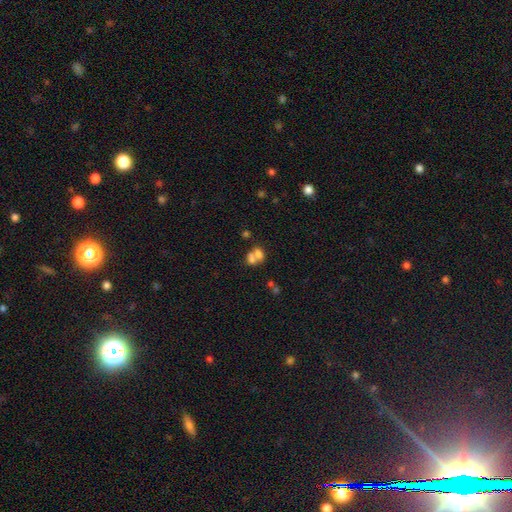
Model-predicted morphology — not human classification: The model was most divided on "how rounded": in between: 65%, round: 34%, cigar-shaped: 2%. More confident: smooth or featured — smooth (63%); merging — merger (63%).